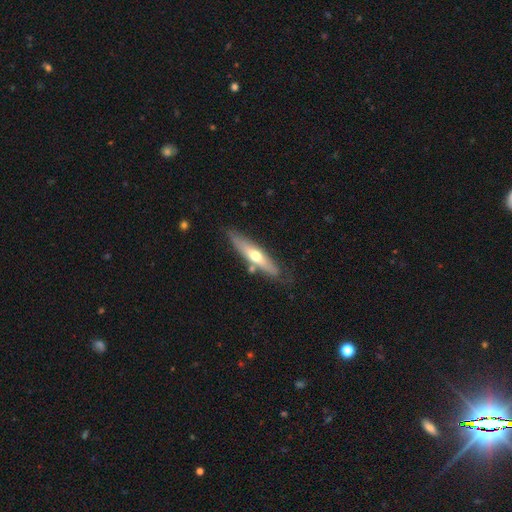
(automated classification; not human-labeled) Smooth or featured? Predicted: featured or disk (p=0.50). Edge-on disk? Predicted: yes (p=0.78). Merging? Predicted: none (p=0.76).